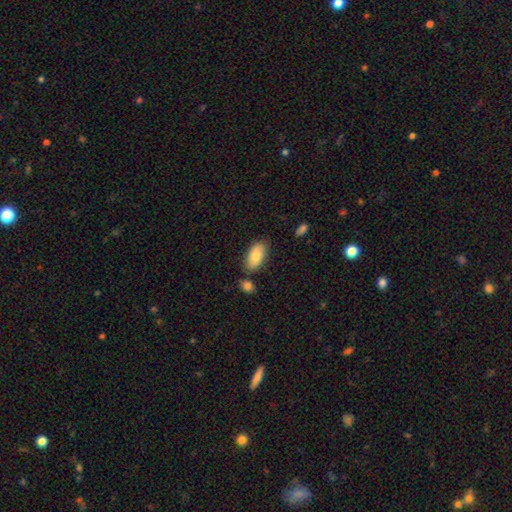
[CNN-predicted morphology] type=smooth (80%); roundness=in between (94%); merging=none (76%).